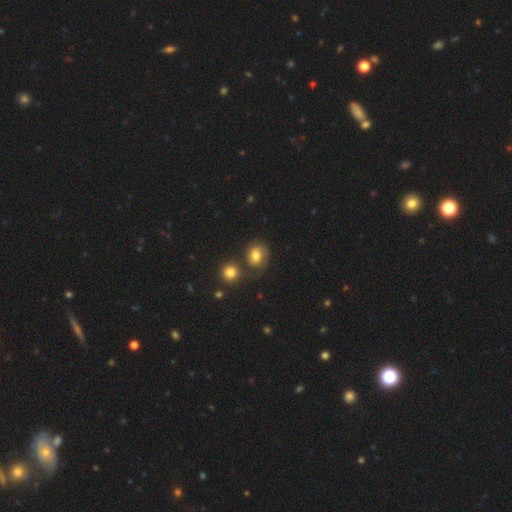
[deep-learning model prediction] A smooth galaxy with no disk features (53%) that is round (64%). Merging: none (58%).